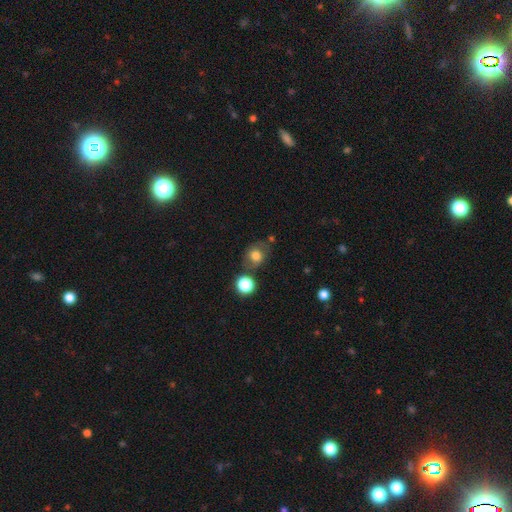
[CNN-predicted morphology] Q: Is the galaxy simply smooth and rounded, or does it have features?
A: smooth — 74%.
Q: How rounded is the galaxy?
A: round — 66%.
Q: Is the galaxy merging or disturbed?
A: none — 64%.